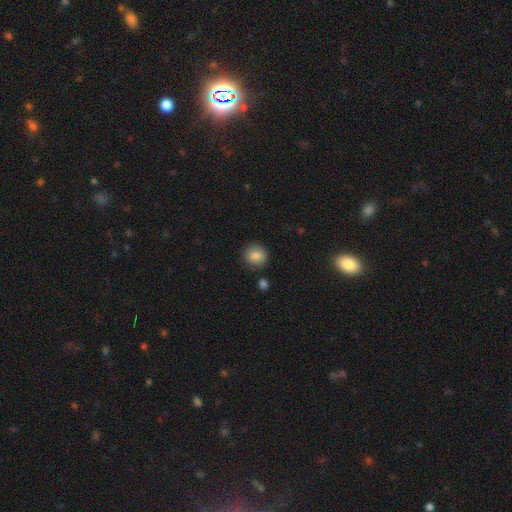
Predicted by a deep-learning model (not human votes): This is clearly a smooth galaxy (86%). How rounded: clearly round (87%). Merging: clearly none (85%).